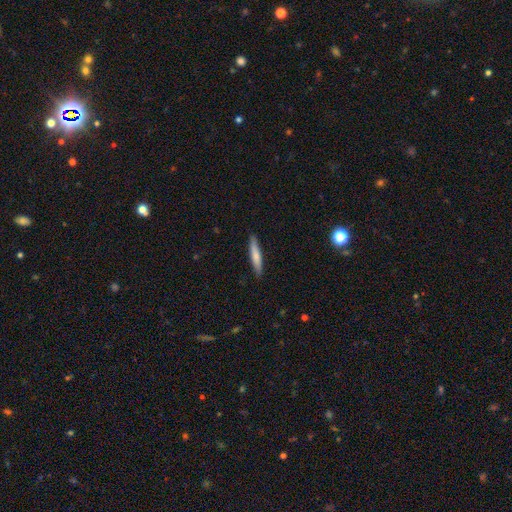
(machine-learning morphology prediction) Q: Smooth or featured?
A: smooth (70%); runner-up: featured or disk (25%)
Q: How rounded?
A: cigar-shaped (92%); runner-up: in between (7%)
Q: Merging?
A: none (89%); runner-up: minor disturbance (8%)